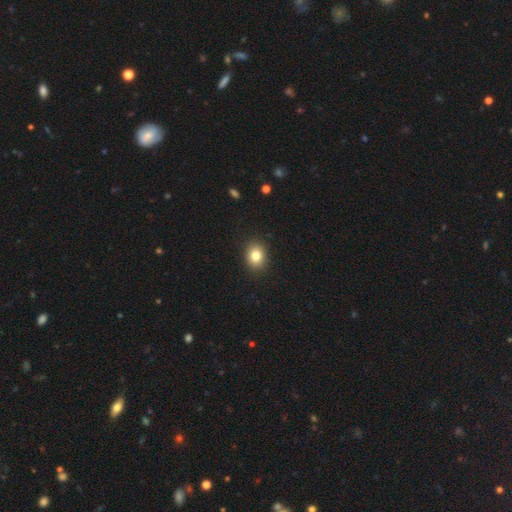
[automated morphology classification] This appears to be a smooth galaxy with no disk features (82%) that is in between round and cigar-shaped (52%). Merging: none (90%).